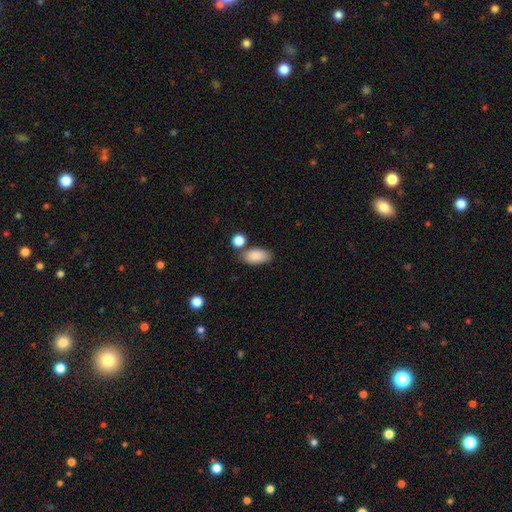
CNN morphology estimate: Overall: smooth (88%). How rounded: in between (92%). Merging: none (68%).